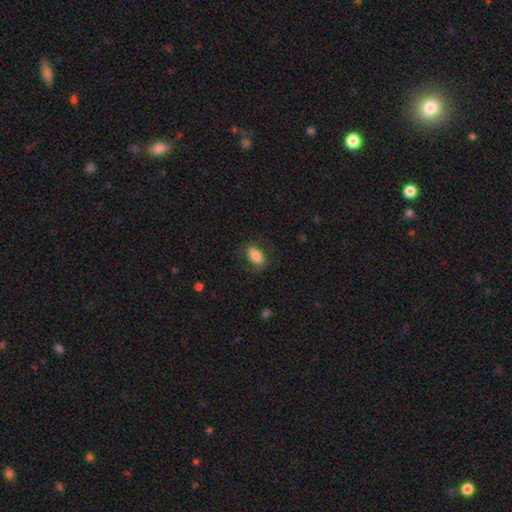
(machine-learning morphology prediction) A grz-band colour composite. It shows a smooth galaxy with no disk features (82%) that is in between round and cigar-shaped (90%). Merging: none (80%).